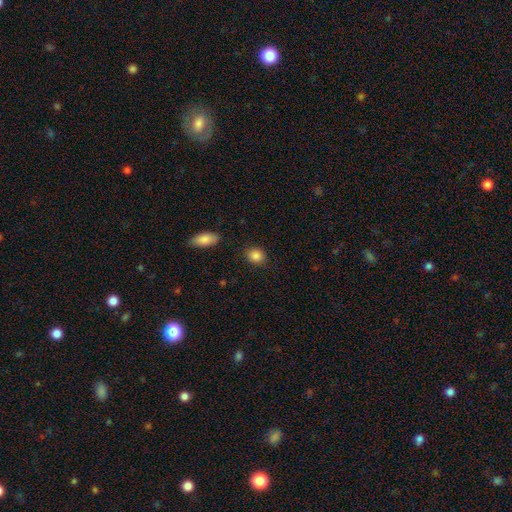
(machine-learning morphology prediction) Smooth or featured: smooth — 87% (star or artifact — 9%)
How rounded: round — 65% (in between — 34%)
Merging: none — 86% (minor disturbance — 10%)